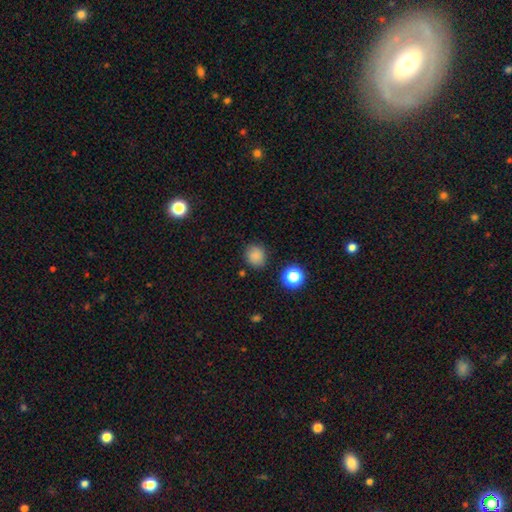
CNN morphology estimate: smooth 83%, star or artifact 13%, featured or disk 4%. Down the decision tree: how rounded — round (80%); merging — none (83%).